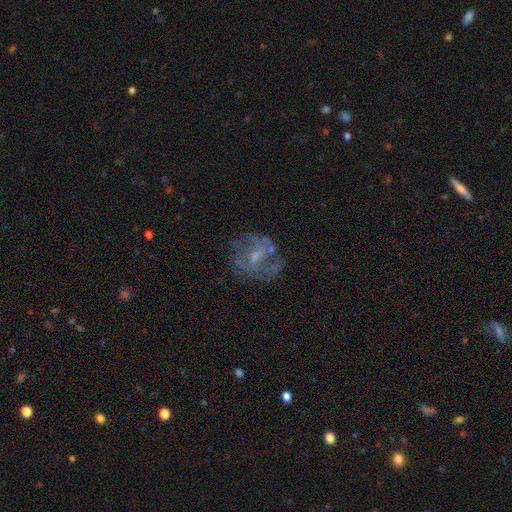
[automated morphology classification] featured or disk 63%, smooth 25%, star or artifact 12%. Down the decision tree: edge-on disk — no (97%); bar — no (49%); spiral arms — no (52%); bulge size — small (49%); merging — none (61%).